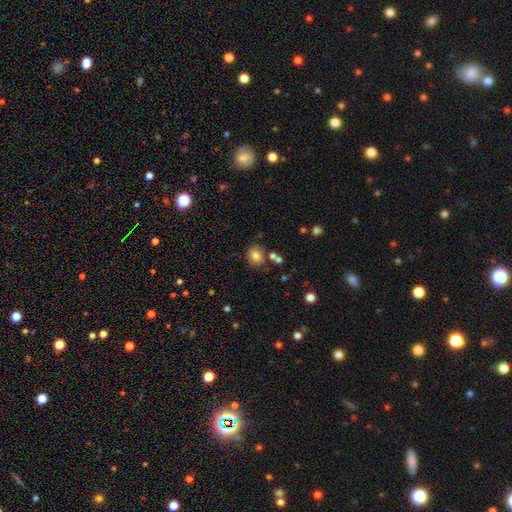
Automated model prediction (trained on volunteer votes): smooth_or_featured: smooth (p=0.81) [alt: star or artifact p=0.11]
how_rounded: round (p=0.55) [alt: in between p=0.44]
merging: none (p=0.73) [alt: minor disturbance p=0.13]